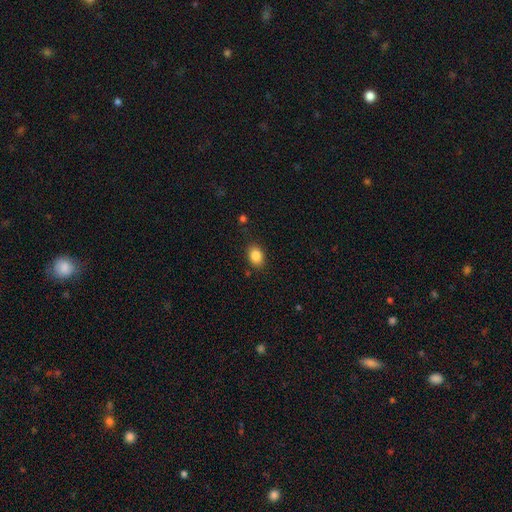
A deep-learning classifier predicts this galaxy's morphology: A smooth galaxy with no disk features (86%) that is in between round and cigar-shaped (69%). Merging: none (84%).